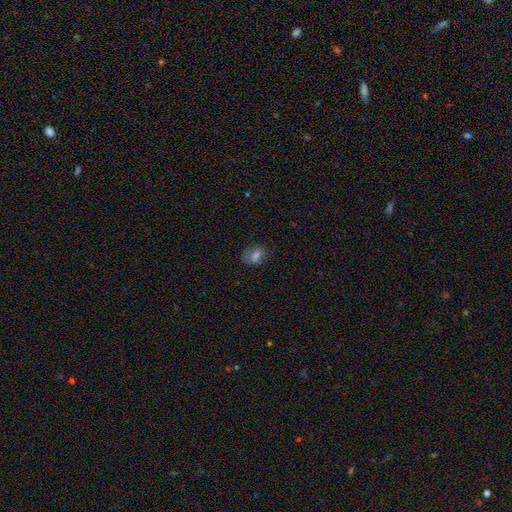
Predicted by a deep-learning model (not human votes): Smooth or featured? smooth (65%)
How rounded? in between (74%)
Merging? none (66%)